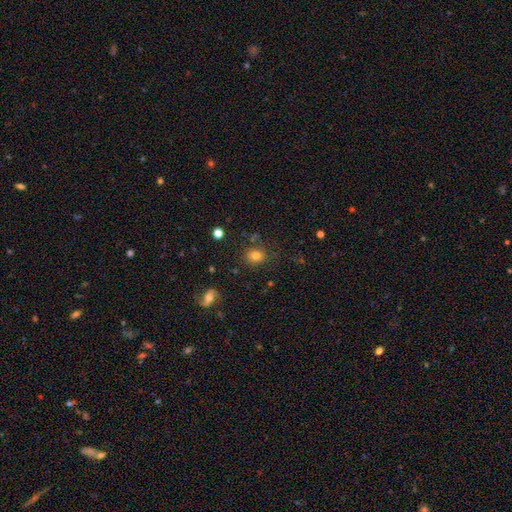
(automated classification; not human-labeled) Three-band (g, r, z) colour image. It shows a smooth galaxy with no disk features (78%) that is round (76%). Merging: none (78%).